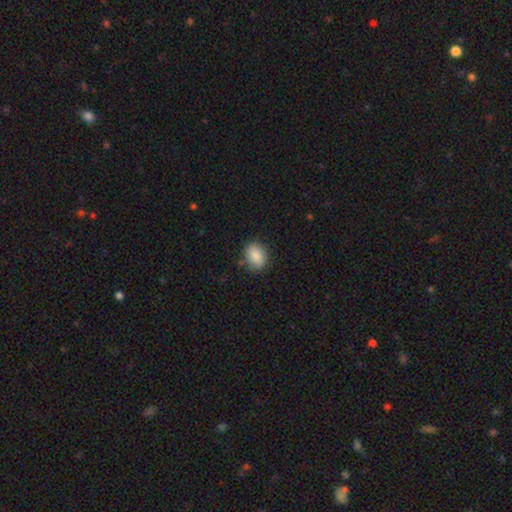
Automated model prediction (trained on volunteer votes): smooth-or-featured: smooth: 86% | star or artifact: 7% | featured or disk: 6%
  how-rounded: in between: 65% | round: 34% | cigar-shaped: 1%
  merging: none: 83% | minor disturbance: 12% | major disturbance: 3% | merger: 2%